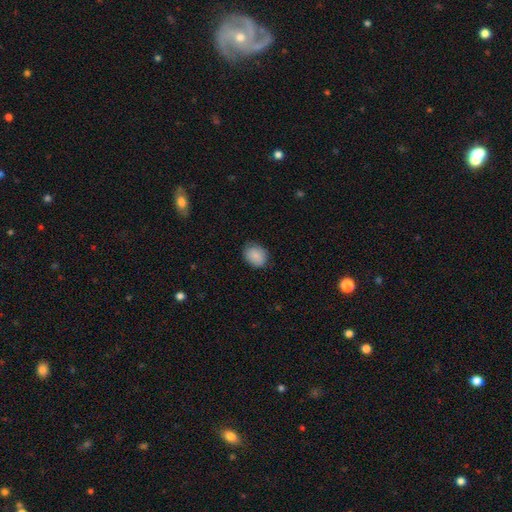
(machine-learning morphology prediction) Q: Smooth or featured?
A: smooth (87%); runner-up: star or artifact (7%)
Q: How rounded?
A: in between (53%); runner-up: round (46%)
Q: Merging?
A: none (78%); runner-up: minor disturbance (17%)